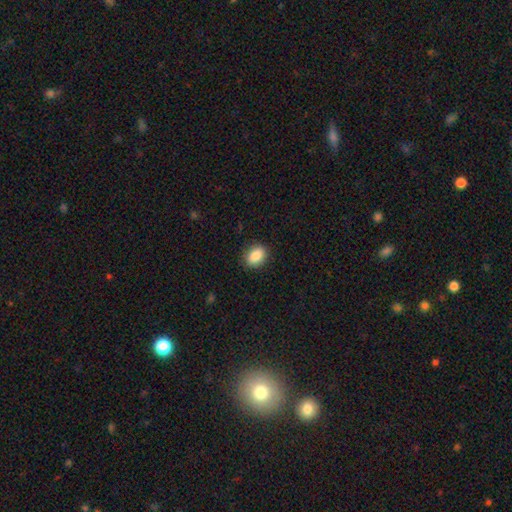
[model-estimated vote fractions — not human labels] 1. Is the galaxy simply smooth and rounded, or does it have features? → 87% smooth, 8% star or artifact, 5% featured or disk.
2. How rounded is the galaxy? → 72% in between, 27% round, 1% cigar-shaped.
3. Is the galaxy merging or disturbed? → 87% none, 10% minor disturbance, 2% major disturbance, 1% merger.